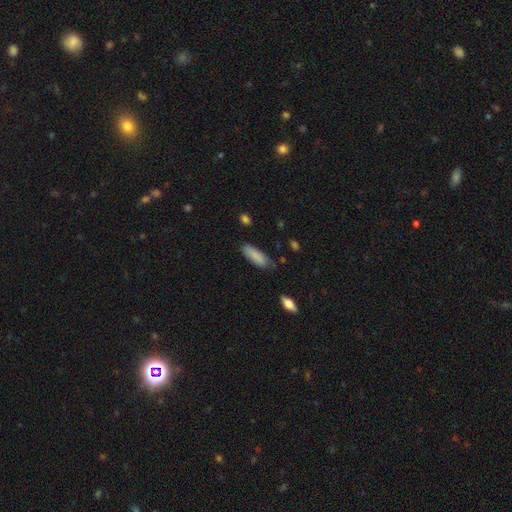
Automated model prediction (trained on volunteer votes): This is clearly a smooth galaxy (85%). How rounded: likely in between (62%). Merging: likely none (74%).